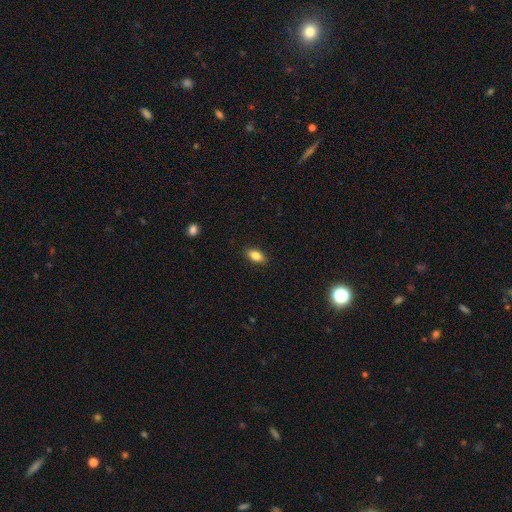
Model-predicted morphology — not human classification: Overall: smooth (84%). How rounded: in between (89%). Merging: none (89%).